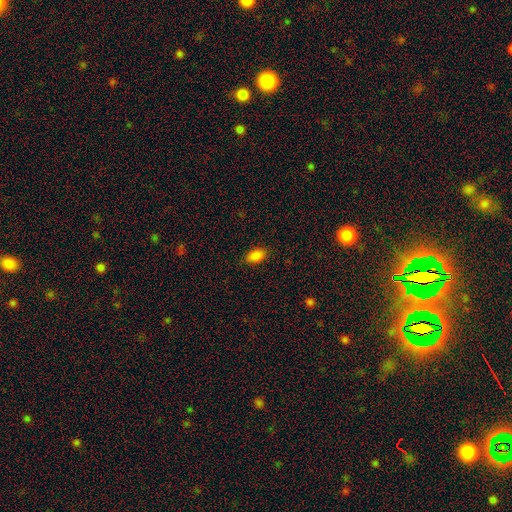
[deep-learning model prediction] A smooth galaxy with no disk features (87%) that is in between round and cigar-shaped (92%).

Vote fractions:
- Smooth or featured? smooth: 87% / star or artifact: 10% / featured or disk: 4%
- How rounded? in between: 92% / round: 6% / cigar-shaped: 3%
- Merging? none: 86% / minor disturbance: 10% / major disturbance: 3% / merger: 1%